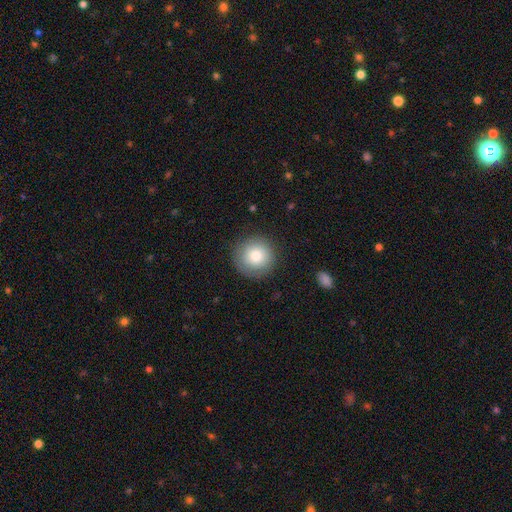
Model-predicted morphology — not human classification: smooth 79%, featured or disk 12%, star or artifact 9%. Down the decision tree: how rounded — round (95%); merging — none (87%).